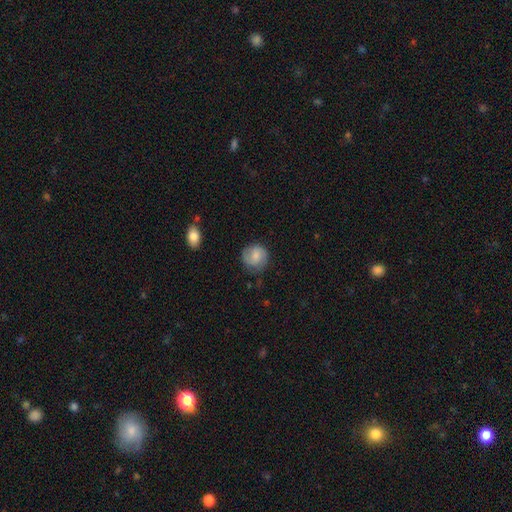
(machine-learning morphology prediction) smooth 67%, featured or disk 26%, star or artifact 7%. Down the decision tree: how rounded — round (86%); merging — none (70%).